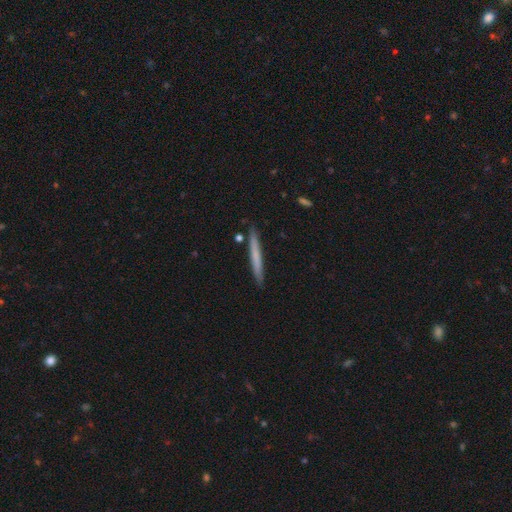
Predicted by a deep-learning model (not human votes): Morphology: type=smooth (63%); roundness=cigar-shaped (97%); merging=none (89%).